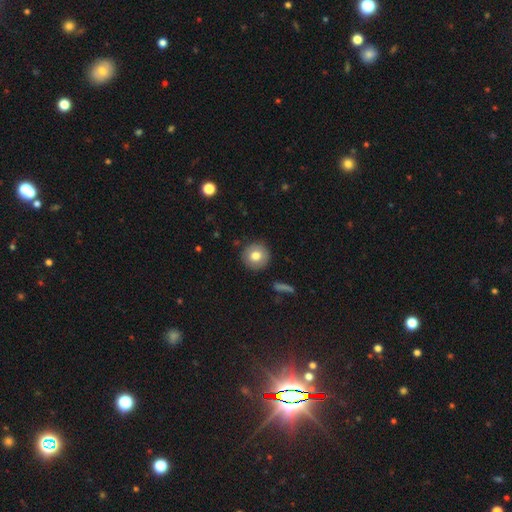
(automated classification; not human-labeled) This is likely a smooth galaxy (76%). How rounded: clearly round (94%). Merging: clearly none (89%).